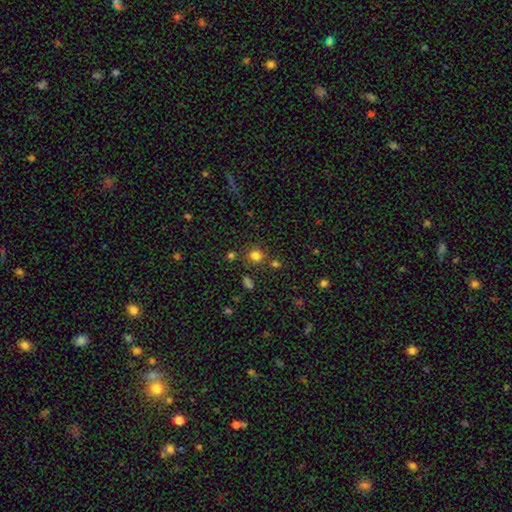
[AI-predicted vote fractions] smooth_or_featured: smooth (p=0.78) [alt: star or artifact p=0.16]
how_rounded: round (p=0.79) [alt: in between p=0.20]
merging: none (p=0.78) [alt: minor disturbance p=0.10]